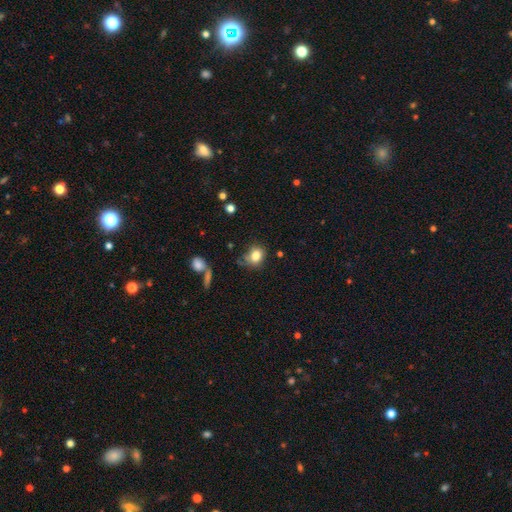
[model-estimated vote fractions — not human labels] Morphology: type=smooth (81%); roundness=round (58%); merging=none (61%).